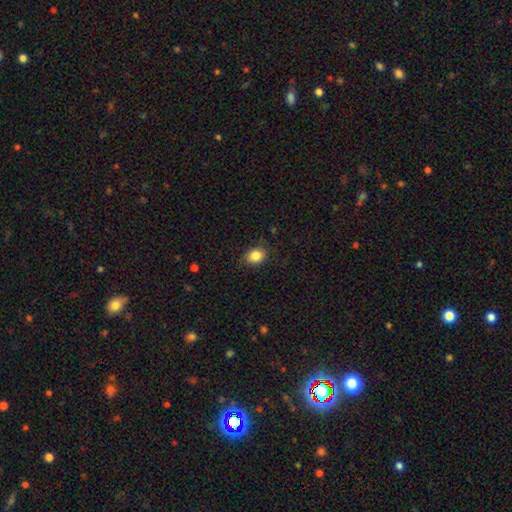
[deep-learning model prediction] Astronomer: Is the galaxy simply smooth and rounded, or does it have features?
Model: smooth — 85%.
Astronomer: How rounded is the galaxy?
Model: round — 51% (runner-up: in between, 48%).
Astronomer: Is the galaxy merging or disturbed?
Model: none — 86%.